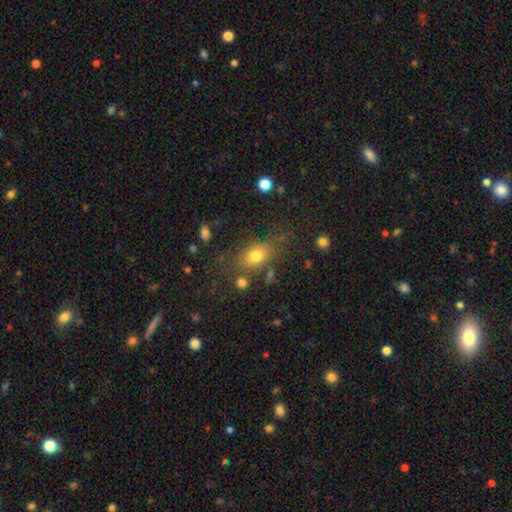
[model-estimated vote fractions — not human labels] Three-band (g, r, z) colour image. It shows a smooth galaxy with no disk features (74%) that is in between round and cigar-shaped (73%). Merging: none (70%).